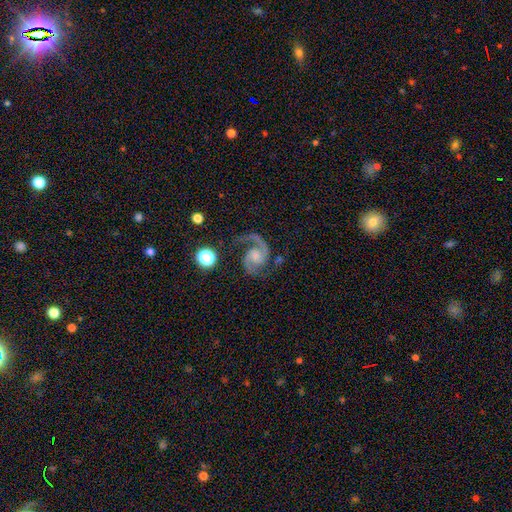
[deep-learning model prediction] A featured or disk galaxy (91%) with no bar (60%), 2 (89%) medium (59%) spiral arms (98%) and a moderate central bulge (33%). Merging: none (69%).